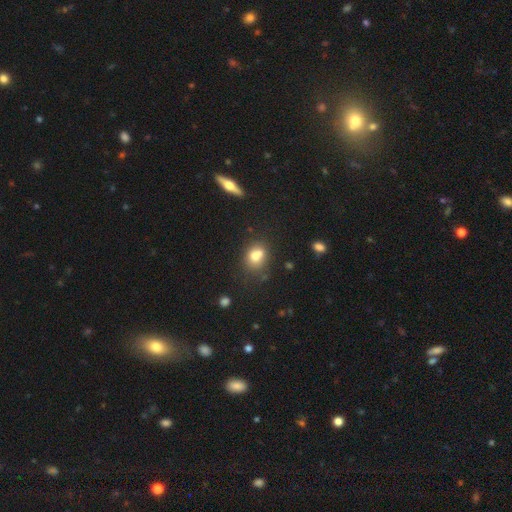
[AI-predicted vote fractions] Smooth or featured? smooth (71%)
How rounded? round (56%)
Merging? none (45%)